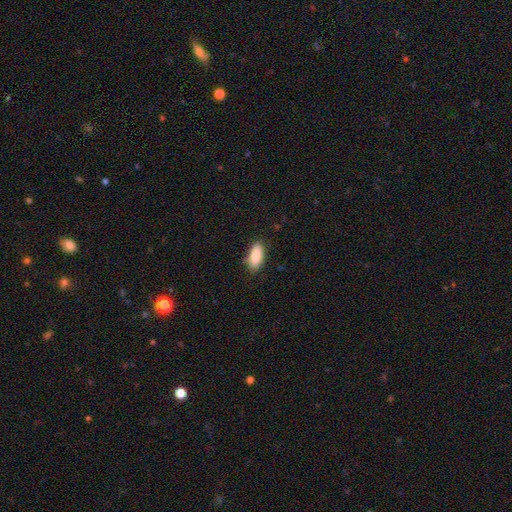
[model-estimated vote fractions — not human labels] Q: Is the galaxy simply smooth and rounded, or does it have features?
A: smooth — 87%.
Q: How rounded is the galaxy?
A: in between — 86%.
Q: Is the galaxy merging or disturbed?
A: none — 83%.